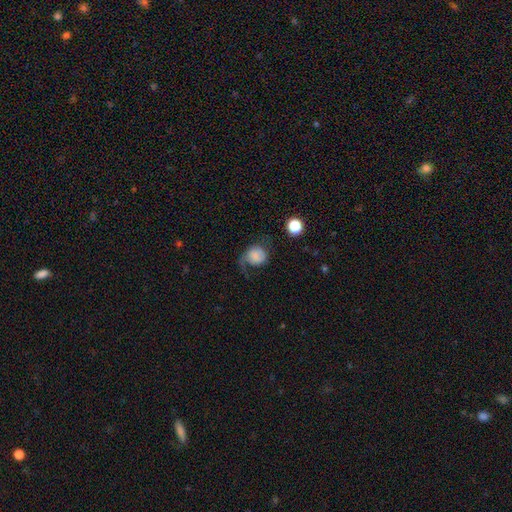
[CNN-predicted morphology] Smooth or featured?
  - smooth: 55% *
  - featured or disk: 35%
  - star or artifact: 10%
How rounded?
  - round: 70% *
  - in between: 29%
  - cigar-shaped: 1%
Merging?
  - none: 39% *
  - major disturbance: 33%
  - minor disturbance: 25%
  - merger: 3%